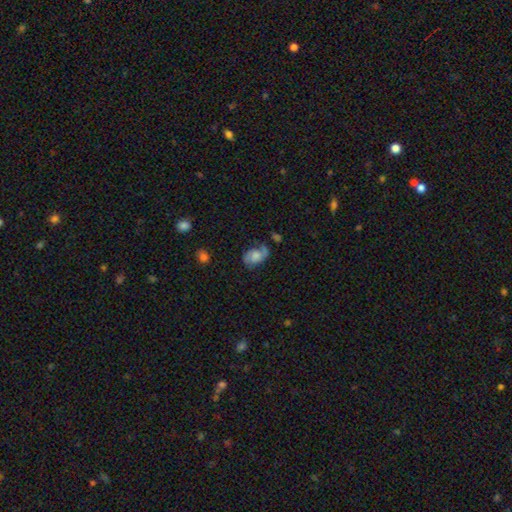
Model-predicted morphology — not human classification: featured or disk 57%, smooth 34%, star or artifact 9%. Down the decision tree: edge-on disk — no (96%); bar — no (65%); spiral arms — yes (87%); bulge size — moderate (34%); merging — none (56%).